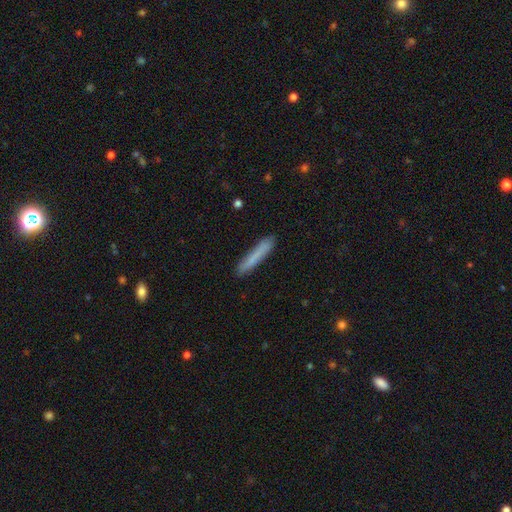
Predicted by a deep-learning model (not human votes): smooth_or_featured: smooth (p=0.77) [alt: featured or disk p=0.17]
how_rounded: cigar-shaped (p=0.95) [alt: in between p=0.04]
merging: none (p=0.88) [alt: minor disturbance p=0.09]